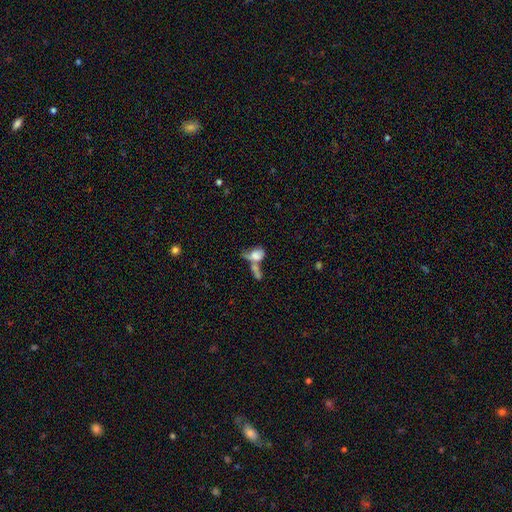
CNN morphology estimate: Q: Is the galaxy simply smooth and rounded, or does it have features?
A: smooth — 67%.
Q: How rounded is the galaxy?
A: in between — 75%.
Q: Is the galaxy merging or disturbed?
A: merger — 55%.